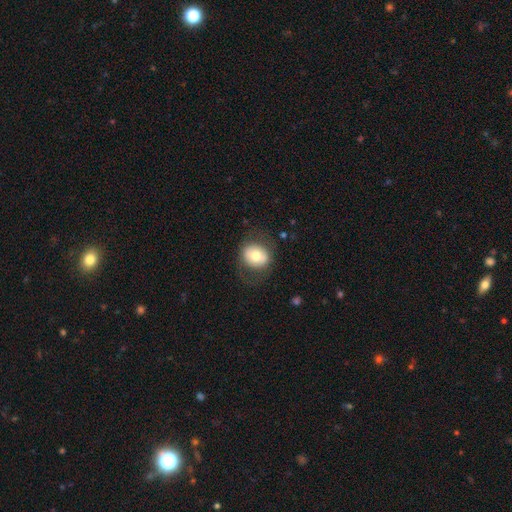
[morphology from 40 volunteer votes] A smooth galaxy with no disk features (62%) that is round (68%). Merging: none (62%).